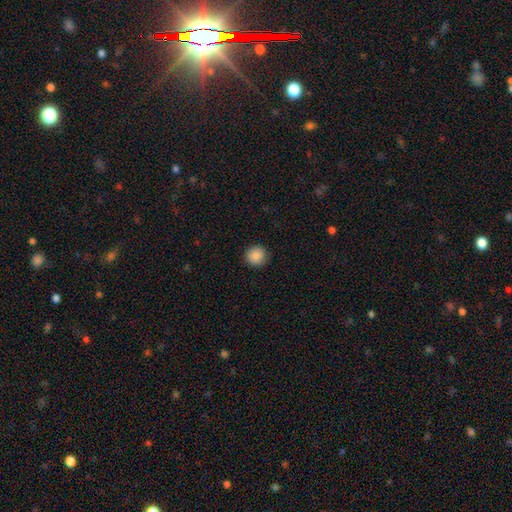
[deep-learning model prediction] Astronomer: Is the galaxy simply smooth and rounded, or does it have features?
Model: smooth — 88%.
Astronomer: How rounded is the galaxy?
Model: round — 93%.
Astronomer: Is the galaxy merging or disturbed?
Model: none — 91%.